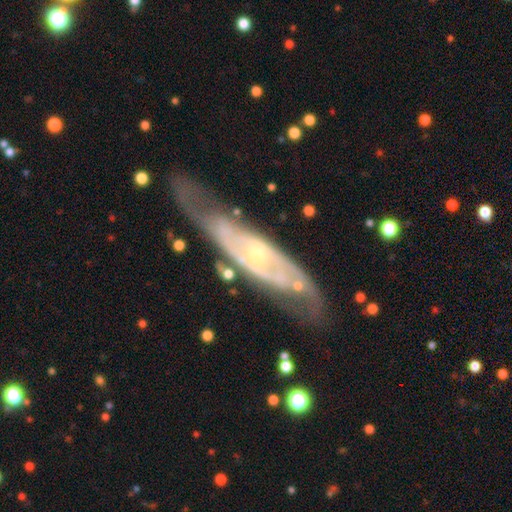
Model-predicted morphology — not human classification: Smooth or featured: featured or disk — 82% (smooth — 12%)
Edge-on disk: no — 69% (yes — 31%)
Bar: weak — 42% (no — 41%)
Spiral arms: yes — 83% (no — 17%)
Bulge size: small — 54% (moderate — 31%)
Merging: none — 66% (minor disturbance — 21%)